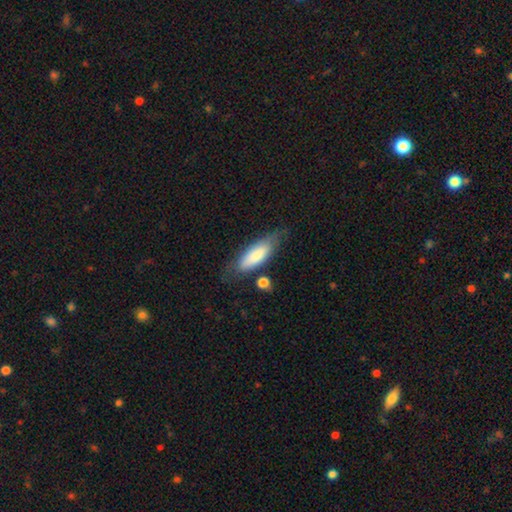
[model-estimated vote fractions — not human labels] This is likely a smooth galaxy (74%). How rounded: possibly in between (59%). Merging: likely none (63%).